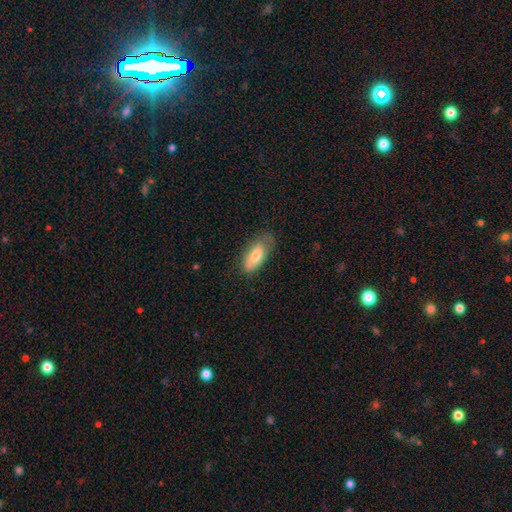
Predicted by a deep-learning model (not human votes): Smooth or featured? Predicted: smooth (p=0.72). How rounded? Predicted: in between (p=0.84). Merging? Predicted: none (p=0.65).